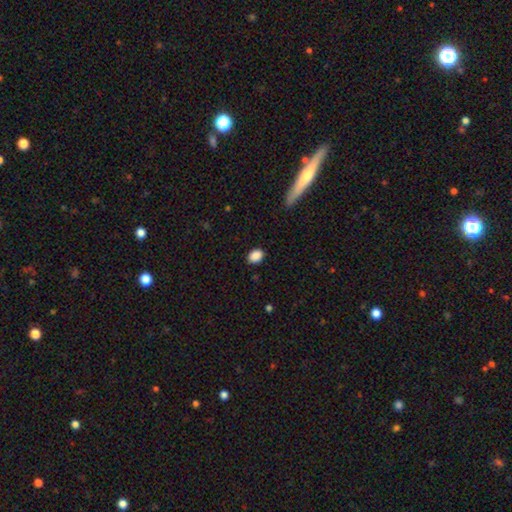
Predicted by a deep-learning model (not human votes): Q: Smooth or featured?
A: smooth (89%); runner-up: star or artifact (8%)
Q: How rounded?
A: in between (73%); runner-up: round (26%)
Q: Merging?
A: none (88%); runner-up: minor disturbance (9%)